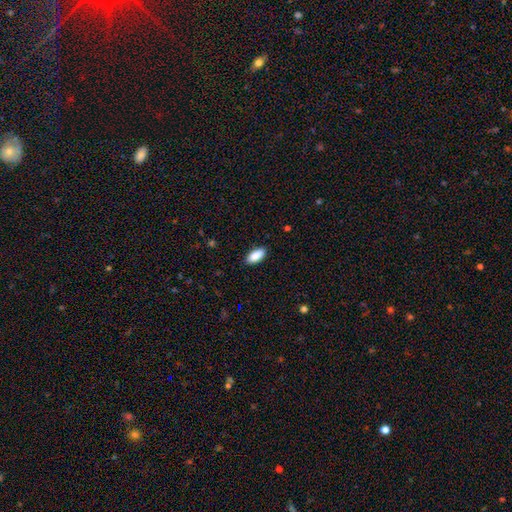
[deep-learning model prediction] Smooth or featured? smooth (89%)
How rounded? in between (89%)
Merging? none (87%)